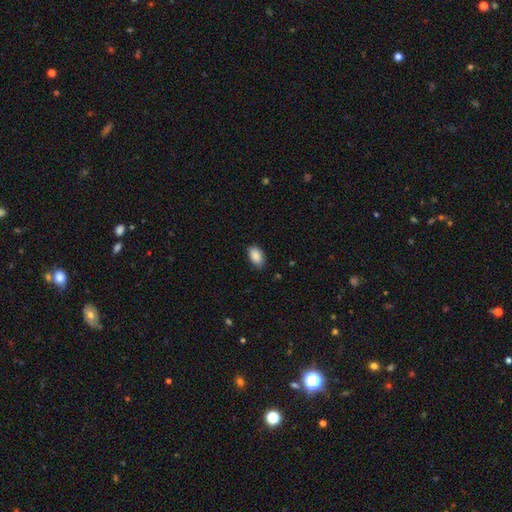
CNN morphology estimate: type=smooth (89%); roundness=in between (92%); merging=none (83%).